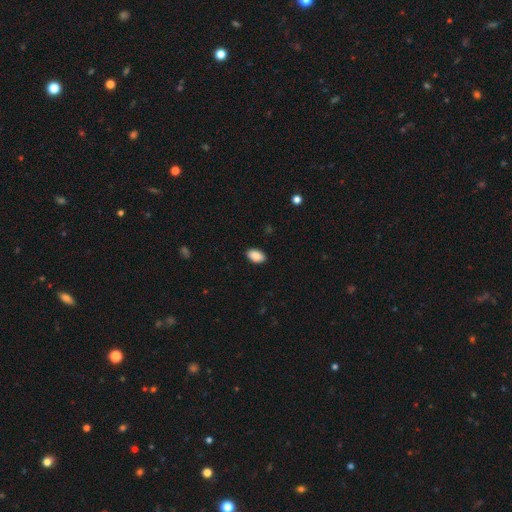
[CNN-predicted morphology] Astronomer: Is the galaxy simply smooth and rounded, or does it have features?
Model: smooth — 90%.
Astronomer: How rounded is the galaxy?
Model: in between — 93%.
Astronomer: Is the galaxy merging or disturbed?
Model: none — 88%.